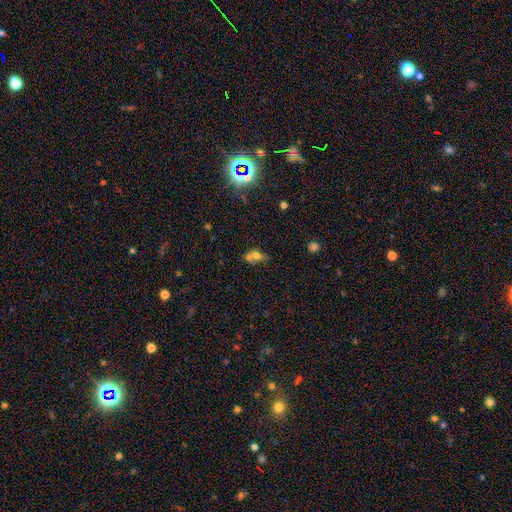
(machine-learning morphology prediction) A smooth galaxy with no disk features (60%) that is in between round and cigar-shaped (53%). Merging: merger (58%).